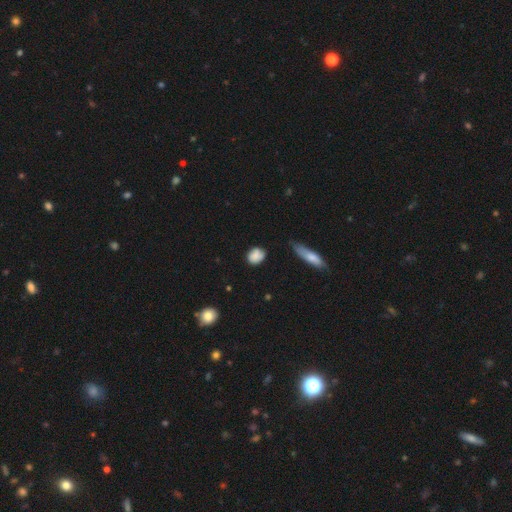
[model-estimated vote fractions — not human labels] This is clearly a smooth galaxy (82%). How rounded: possibly round (50%). Merging: likely none (67%).